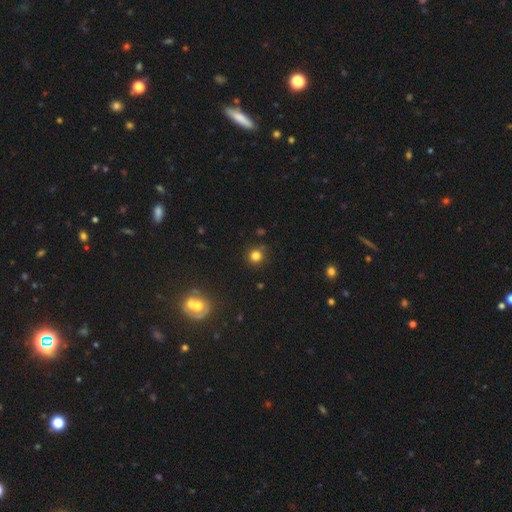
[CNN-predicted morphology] Smooth or featured: smooth — 80% (star or artifact — 14%)
How rounded: round — 91% (in between — 8%)
Merging: none — 83% (minor disturbance — 12%)